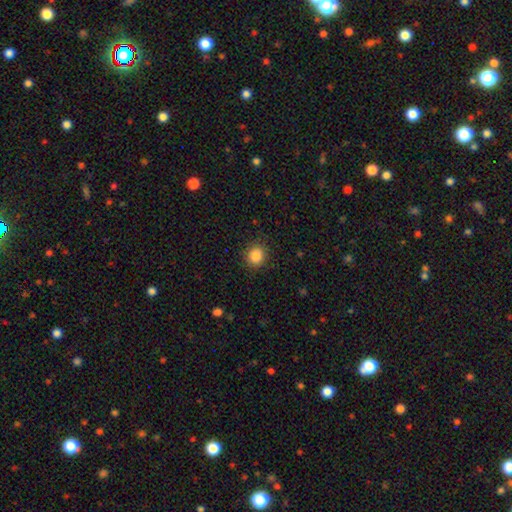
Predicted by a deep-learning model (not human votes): smooth_or_featured: smooth (p=0.86) [alt: star or artifact p=0.10]
how_rounded: round (p=0.83) [alt: in between p=0.16]
merging: none (p=0.89) [alt: minor disturbance p=0.08]